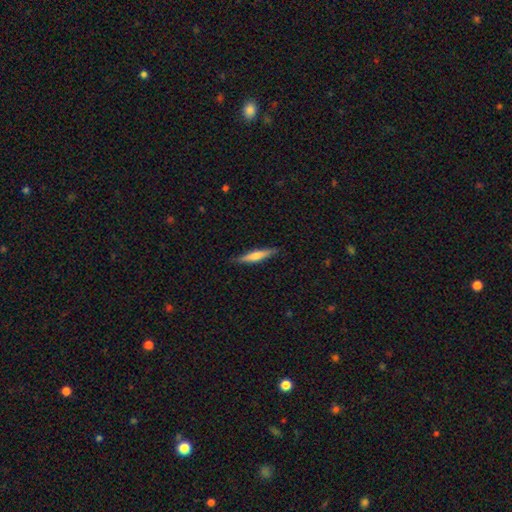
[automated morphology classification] A smooth galaxy with no disk features (55%) that is cigar-shaped (89%).

Vote fractions:
- Smooth or featured? smooth: 55% / featured or disk: 39% / star or artifact: 6%
- How rounded? cigar-shaped: 89% / in between: 10% / round: 2%
- Merging? none: 88% / minor disturbance: 9% / major disturbance: 2% / merger: 1%